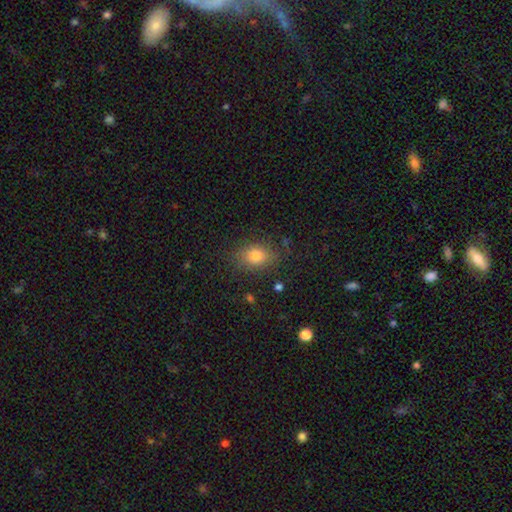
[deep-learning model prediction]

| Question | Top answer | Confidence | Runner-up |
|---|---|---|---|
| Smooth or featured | smooth | 79% | star or artifact (12%) |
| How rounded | in between | 62% | round (36%) |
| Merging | none | 80% | minor disturbance (14%) |